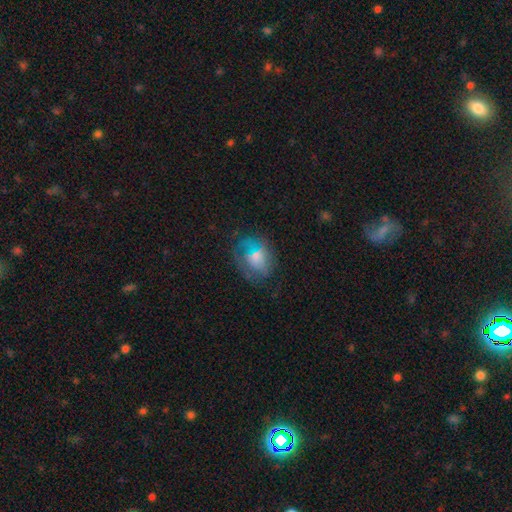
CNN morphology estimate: Smooth or featured? Predicted: smooth (p=0.54). How rounded? Predicted: in between (p=0.55). Merging? Predicted: none (p=0.53).